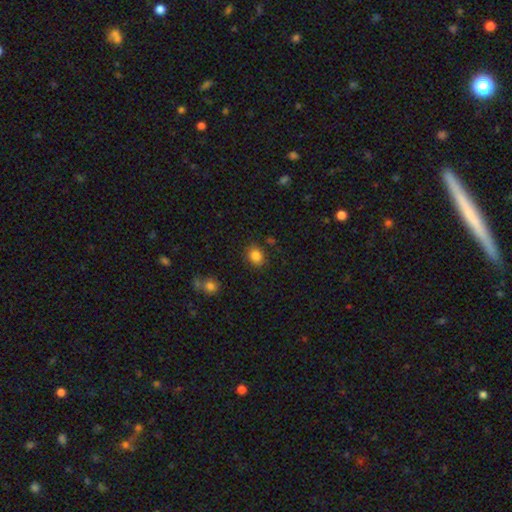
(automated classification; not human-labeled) Q: Smooth or featured?
A: smooth (85%); runner-up: star or artifact (10%)
Q: How rounded?
A: round (57%); runner-up: in between (42%)
Q: Merging?
A: none (84%); runner-up: minor disturbance (10%)